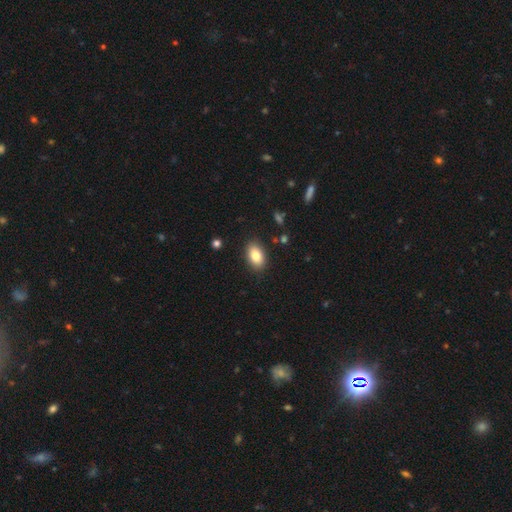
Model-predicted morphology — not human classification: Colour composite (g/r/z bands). It shows a smooth galaxy with no disk features (83%) that is in between round and cigar-shaped (90%). Merging: none (87%).